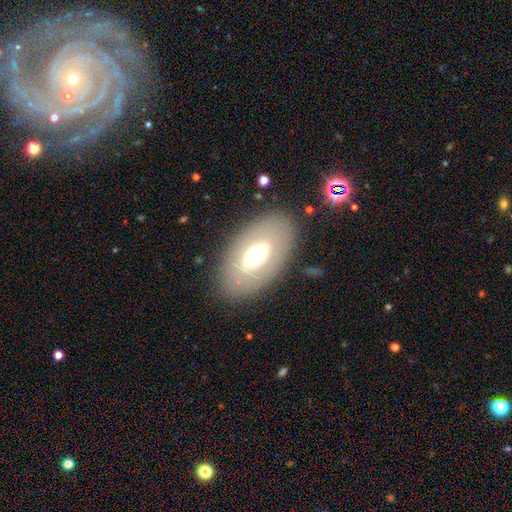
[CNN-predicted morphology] Smooth or featured? smooth (52%)
How rounded? in between (92%)
Merging? none (83%)